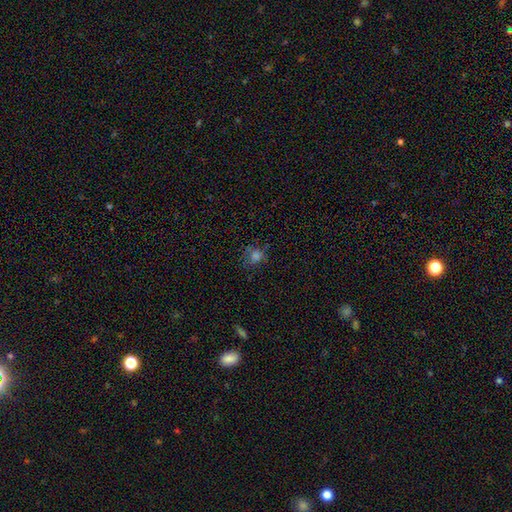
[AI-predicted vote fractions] A smooth galaxy with no disk features (55%) that is round (77%). Merging: none (66%).